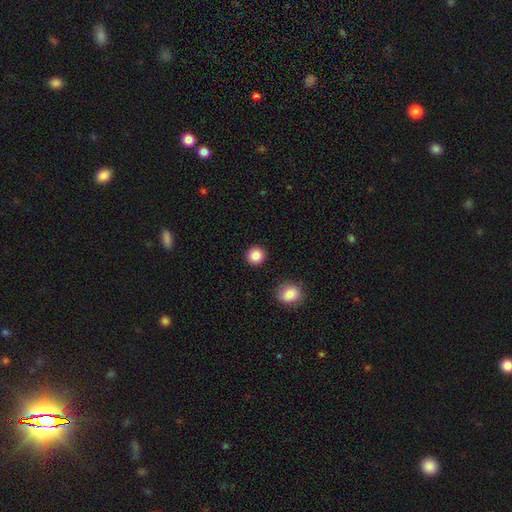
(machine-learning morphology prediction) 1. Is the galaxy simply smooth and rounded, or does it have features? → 87% smooth, 10% star or artifact, 4% featured or disk.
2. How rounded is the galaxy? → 94% round, 5% in between, 1% cigar-shaped.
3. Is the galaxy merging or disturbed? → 92% none, 4% minor disturbance, 2% major disturbance, 2% merger.